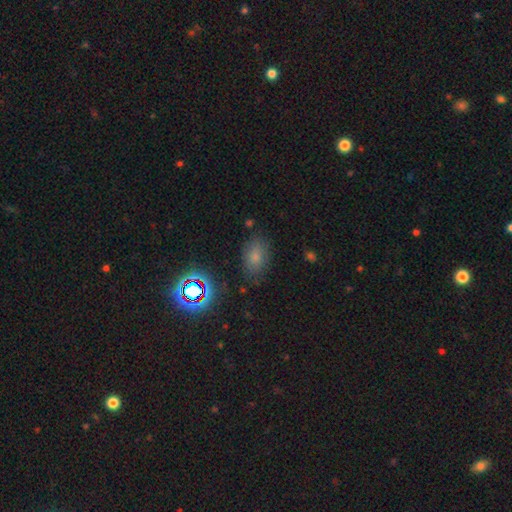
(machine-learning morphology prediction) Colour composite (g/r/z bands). It shows a smooth galaxy with no disk features (61%) that is in between round and cigar-shaped (83%). Merging: none (79%).